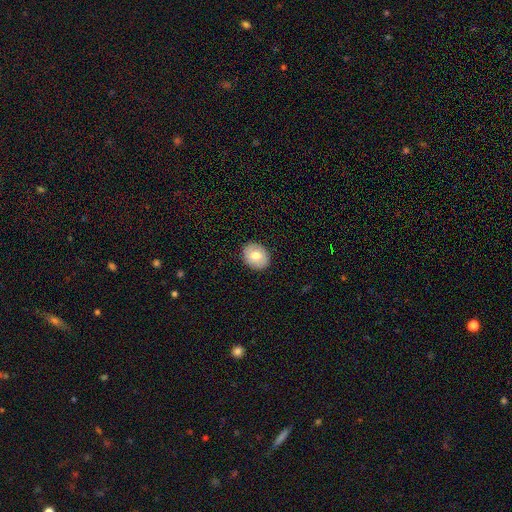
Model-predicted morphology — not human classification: smooth 73%, featured or disk 19%, star or artifact 8%. Down the decision tree: how rounded — round (57%); merging — none (90%).